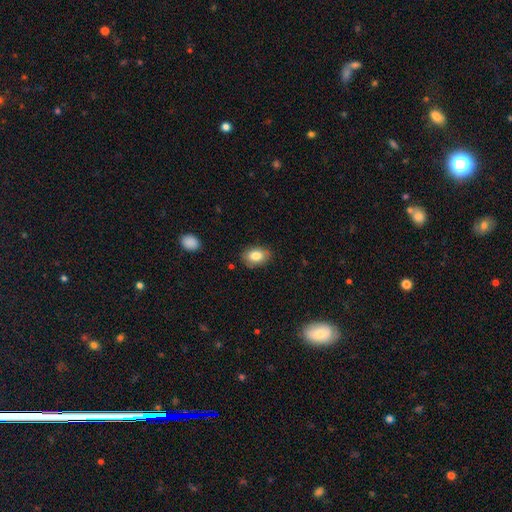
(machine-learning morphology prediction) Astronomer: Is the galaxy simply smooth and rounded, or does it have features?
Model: smooth — 82%.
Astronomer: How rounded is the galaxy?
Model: in between — 83%.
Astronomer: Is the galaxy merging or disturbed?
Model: none — 82%.